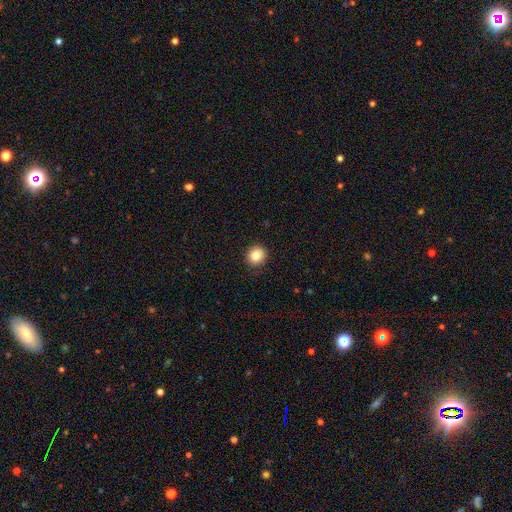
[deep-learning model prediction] Smooth or featured? smooth (83%)
How rounded? round (87%)
Merging? none (87%)